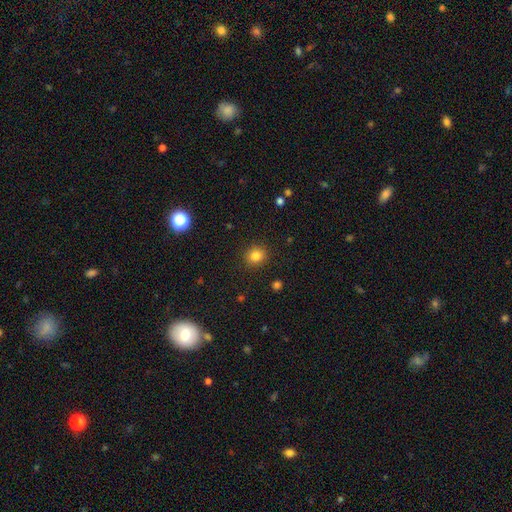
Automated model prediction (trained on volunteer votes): This appears to be a smooth galaxy with no disk features (83%) that is round (80%). Merging: none (90%).